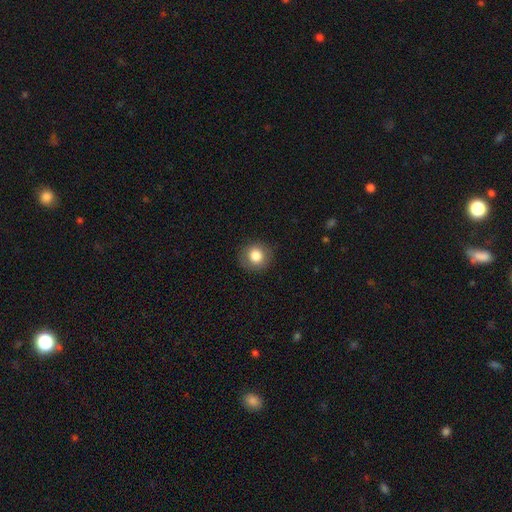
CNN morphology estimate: Overall: smooth (82%). How rounded: round (89%). Merging: none (88%).